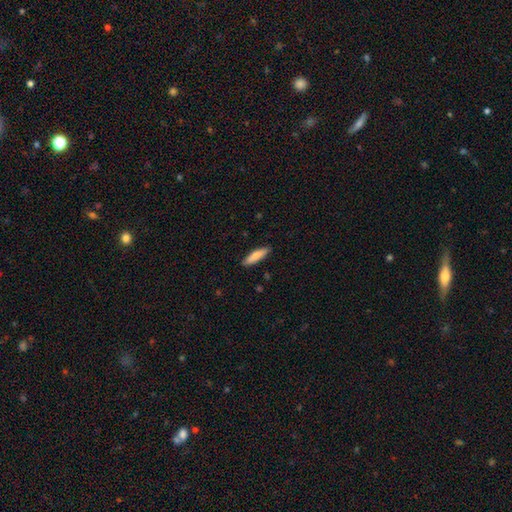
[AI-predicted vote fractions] smooth-or-featured: smooth: 81% | featured or disk: 13% | star or artifact: 5%
  how-rounded: cigar-shaped: 71% | in between: 27% | round: 1%
  merging: none: 88% | minor disturbance: 9% | major disturbance: 2% | merger: 1%